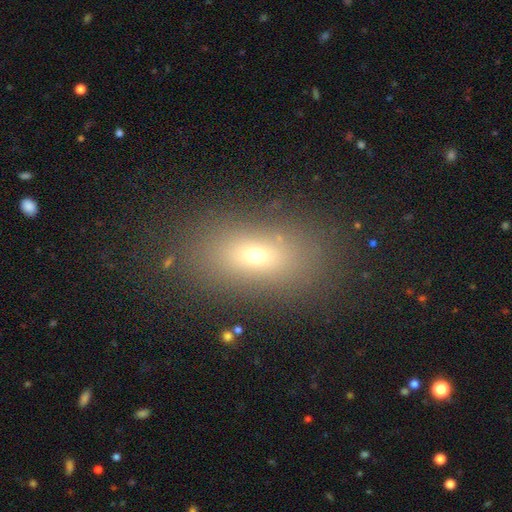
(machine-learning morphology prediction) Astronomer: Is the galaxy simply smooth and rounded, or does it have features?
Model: smooth — 64%.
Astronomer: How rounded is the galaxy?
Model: in between — 79%.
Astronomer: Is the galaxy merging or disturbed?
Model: none — 81%.